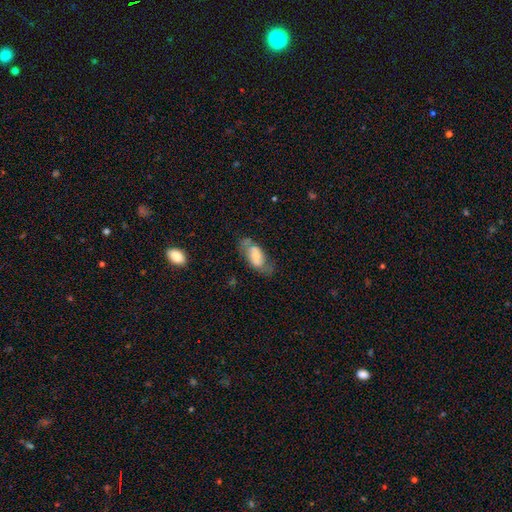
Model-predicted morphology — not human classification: smooth_or_featured: smooth (p=0.55) [alt: featured or disk p=0.37]
how_rounded: in between (p=0.89) [alt: cigar-shaped p=0.07]
merging: none (p=0.55) [alt: minor disturbance p=0.25]